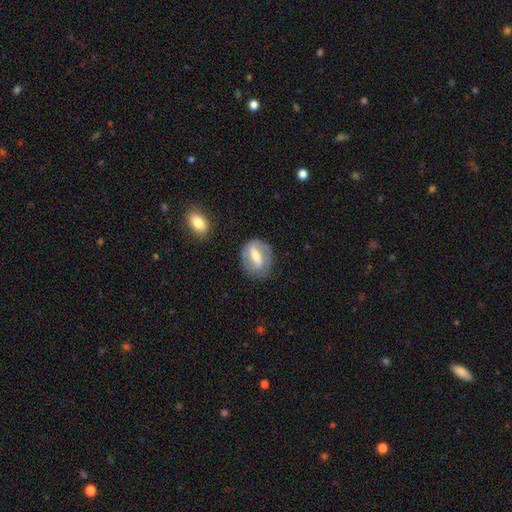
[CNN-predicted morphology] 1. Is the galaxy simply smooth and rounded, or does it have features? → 61% featured or disk, 32% smooth, 7% star or artifact.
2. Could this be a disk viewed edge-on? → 93% no, 7% yes.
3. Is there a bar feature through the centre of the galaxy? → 56% strong, 32% weak, 12% no.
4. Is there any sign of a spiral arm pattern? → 67% yes, 33% no.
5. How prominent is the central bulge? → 53% moderate, 27% small, 13% large, 5% none, 2% dominant.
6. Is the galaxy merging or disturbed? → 74% none, 17% minor disturbance, 7% major disturbance, 2% merger.